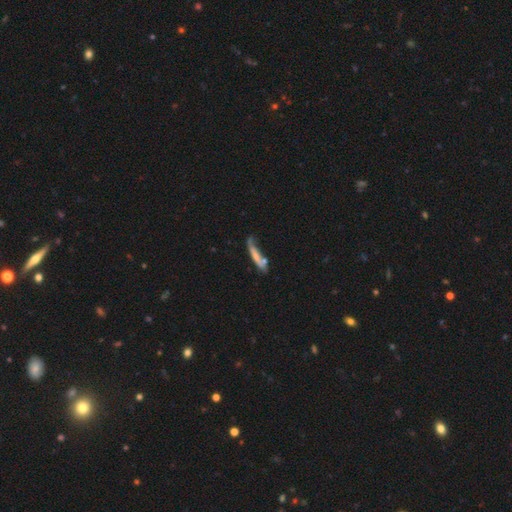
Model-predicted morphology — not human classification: Smooth or featured? smooth (55%)
How rounded? cigar-shaped (86%)
Merging? none (44%)